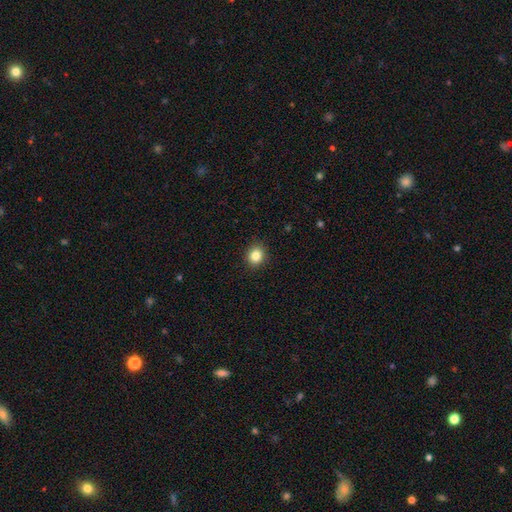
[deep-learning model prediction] Smooth or featured: smooth — 84% (star or artifact — 11%)
How rounded: round — 81% (in between — 18%)
Merging: none — 91% (minor disturbance — 6%)